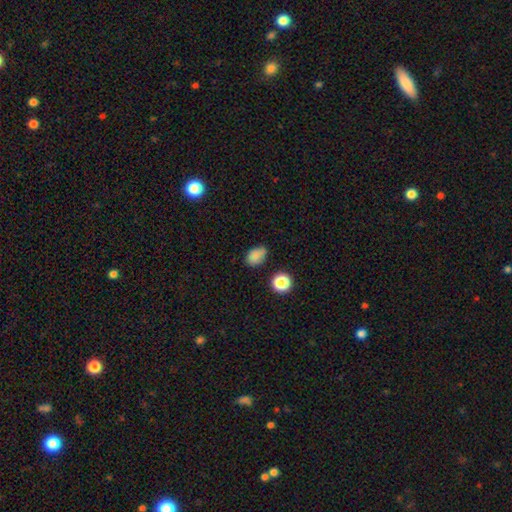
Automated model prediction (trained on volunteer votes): A smooth galaxy with no disk features (82%) that is in between round and cigar-shaped (77%).

Vote fractions:
- Smooth or featured? smooth: 82% / star or artifact: 13% / featured or disk: 5%
- How rounded? in between: 77% / round: 22% / cigar-shaped: 1%
- Merging? none: 67% / minor disturbance: 24% / major disturbance: 5% / merger: 4%